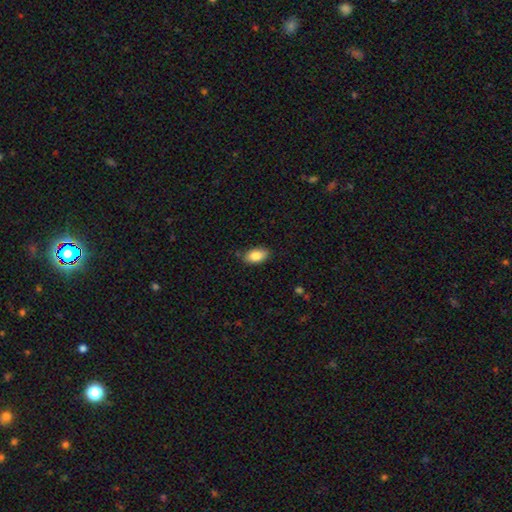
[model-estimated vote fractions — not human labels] smooth_or_featured: smooth (p=0.85) [alt: featured or disk p=0.08]
how_rounded: in between (p=0.92) [alt: round p=0.06]
merging: none (p=0.83) [alt: minor disturbance p=0.13]